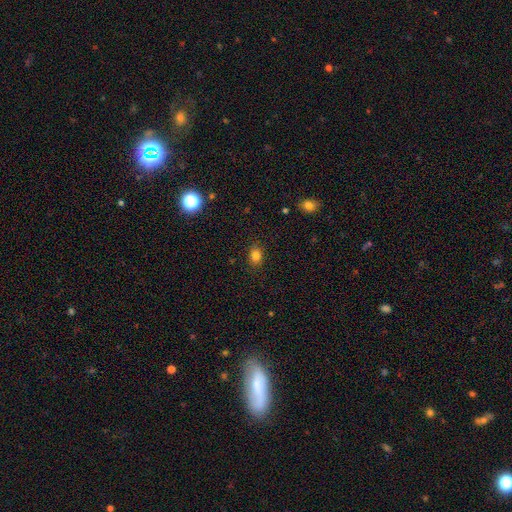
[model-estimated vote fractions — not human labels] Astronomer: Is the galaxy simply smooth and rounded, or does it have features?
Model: smooth — 82%.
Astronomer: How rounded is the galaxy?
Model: in between — 63%.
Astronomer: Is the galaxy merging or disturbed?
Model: none — 87%.